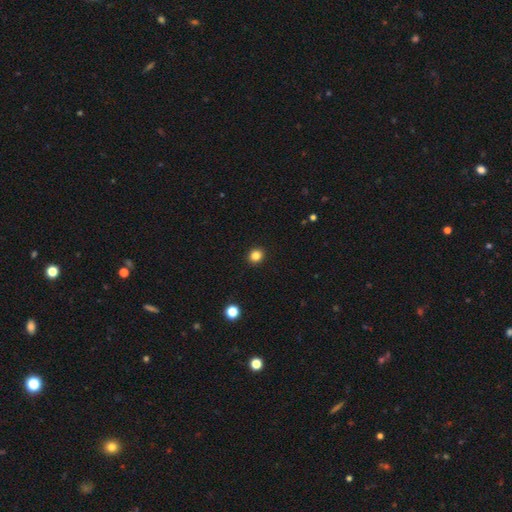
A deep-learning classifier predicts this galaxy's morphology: Smooth or featured: smooth — 84% (star or artifact — 12%)
How rounded: round — 82% (in between — 17%)
Merging: none — 93% (minor disturbance — 4%)